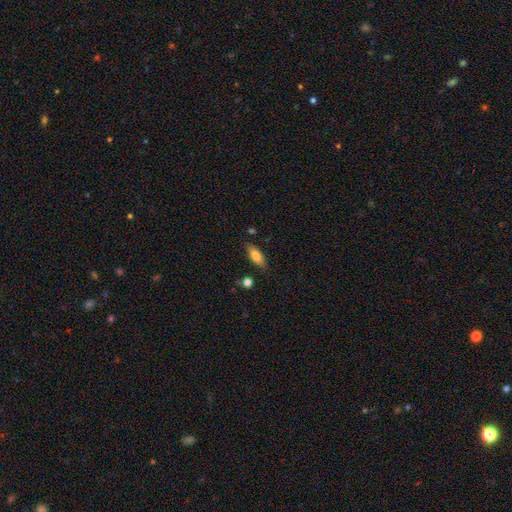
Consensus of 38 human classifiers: A smooth galaxy with no disk features (74%) that is in between round and cigar-shaped (79%).

Vote fractions:
- Smooth or featured? smooth: 74% / featured or disk: 24% / star or artifact: 3%
- How rounded? in between: 79% / cigar-shaped: 21% / round: 0%
- Merging? none: 95% / minor disturbance: 3% / major disturbance: 3% / merger: 0%